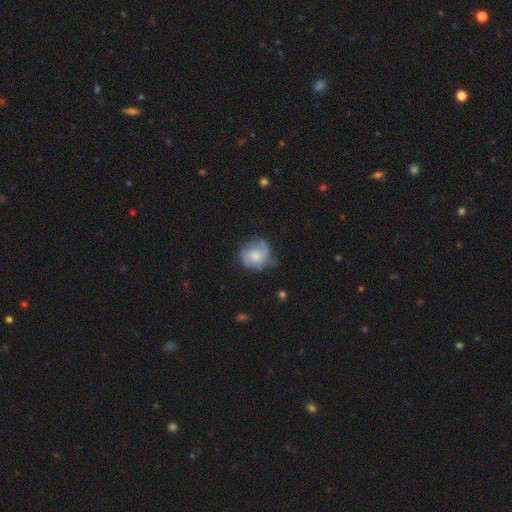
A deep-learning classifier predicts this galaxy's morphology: This is possibly a featured or disk galaxy (53%). It is clearly not viewed edge-on (97%). Bar: likely no (73%). Spiral arm pattern: clearly yes (85%). Central bulge: possibly moderate (49%). Merging: likely none (61%).